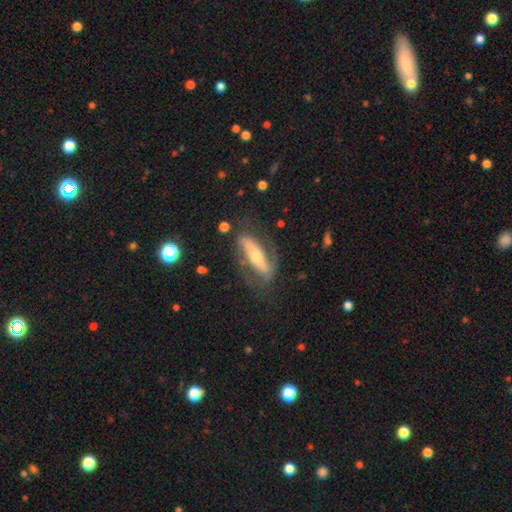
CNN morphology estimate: This is likely a featured or disk galaxy (76%). It is likely not viewed edge-on (79%). Bar: possibly strong (58%). Spiral arm pattern: likely yes (80%). Central bulge: possibly moderate (49%). Merging: likely none (68%).